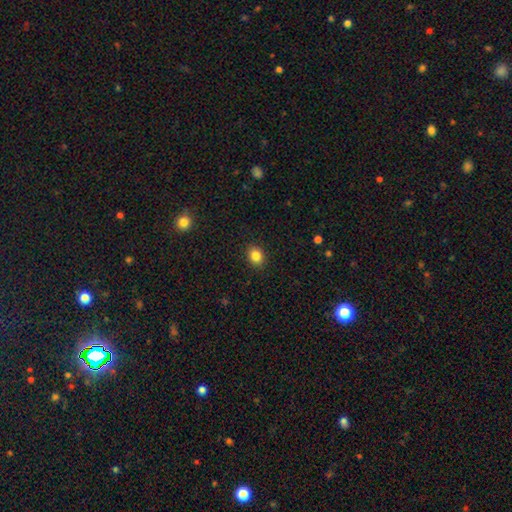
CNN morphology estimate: Overall: smooth (84%). How rounded: round (56%; in between 43%). Merging: none (90%).